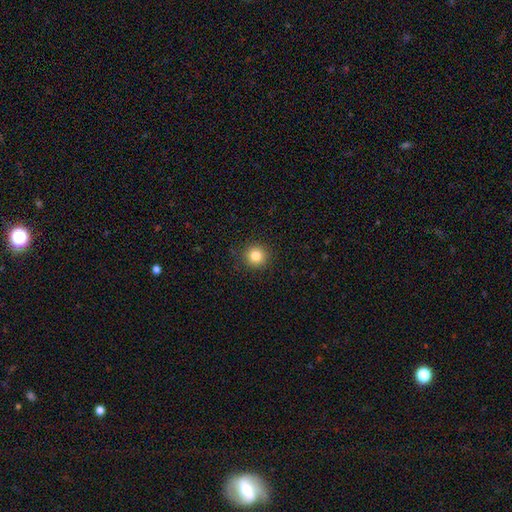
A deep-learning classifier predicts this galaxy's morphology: Smooth or featured: smooth — 83% (star or artifact — 11%)
How rounded: round — 93% (in between — 6%)
Merging: none — 91% (minor disturbance — 6%)